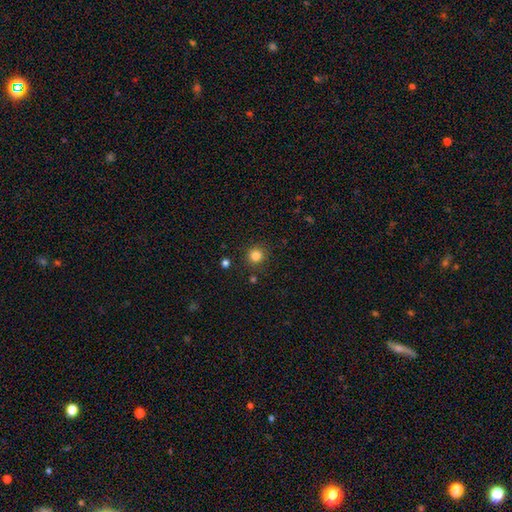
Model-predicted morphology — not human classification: smooth 83%, star or artifact 13%, featured or disk 5%. Down the decision tree: how rounded — round (94%); merging — none (89%).